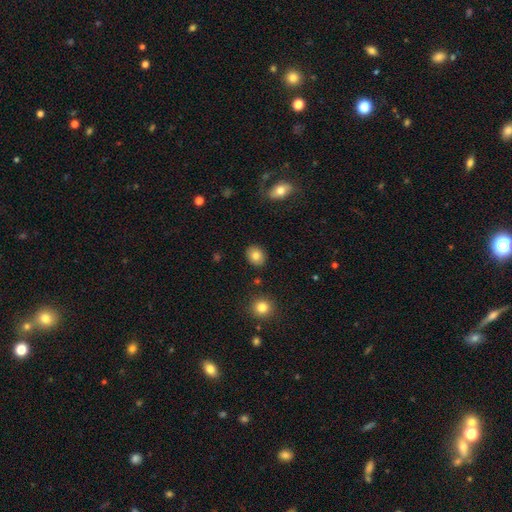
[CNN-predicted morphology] Smooth or featured?
  - smooth: 82% *
  - featured or disk: 9%
  - star or artifact: 9%
How rounded?
  - round: 59% *
  - in between: 40%
  - cigar-shaped: 1%
Merging?
  - none: 88% *
  - minor disturbance: 7%
  - major disturbance: 2%
  - merger: 2%